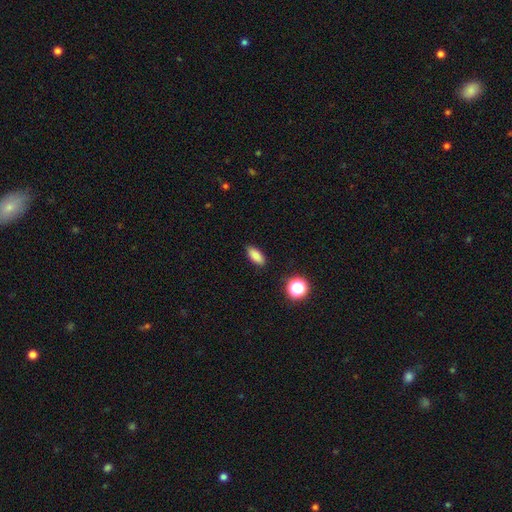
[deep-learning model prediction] This is clearly a smooth galaxy (85%). How rounded: clearly in between (83%). Merging: clearly none (88%).